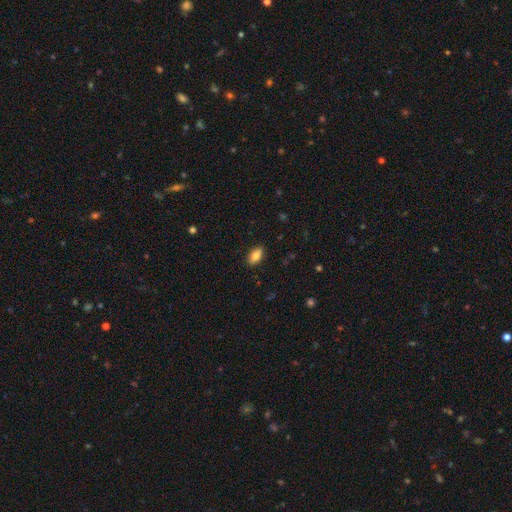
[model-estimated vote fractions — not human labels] Smooth or featured: smooth — 82% (featured or disk — 10%)
How rounded: in between — 91% (cigar-shaped — 5%)
Merging: none — 89% (minor disturbance — 8%)